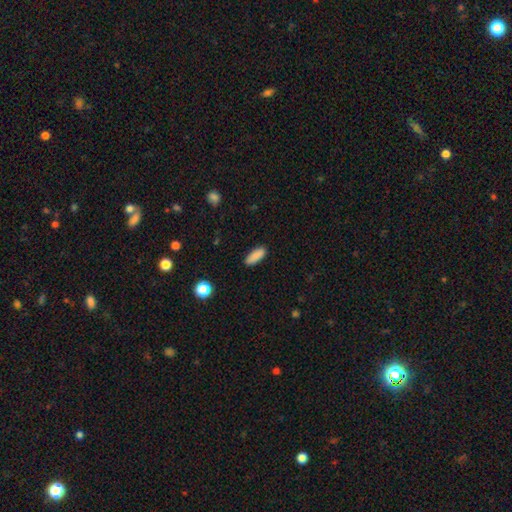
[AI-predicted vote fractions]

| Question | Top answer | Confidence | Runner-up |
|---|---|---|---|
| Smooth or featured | smooth | 88% | star or artifact (7%) |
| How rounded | in between | 69% | cigar-shaped (29%) |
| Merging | none | 88% | minor disturbance (9%) |